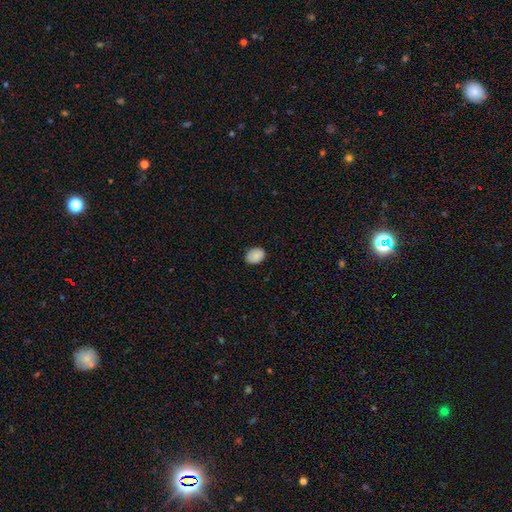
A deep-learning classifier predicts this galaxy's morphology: Smooth or featured? Predicted: smooth (p=0.88). How rounded? Predicted: in between (p=0.68). Merging? Predicted: none (p=0.83).